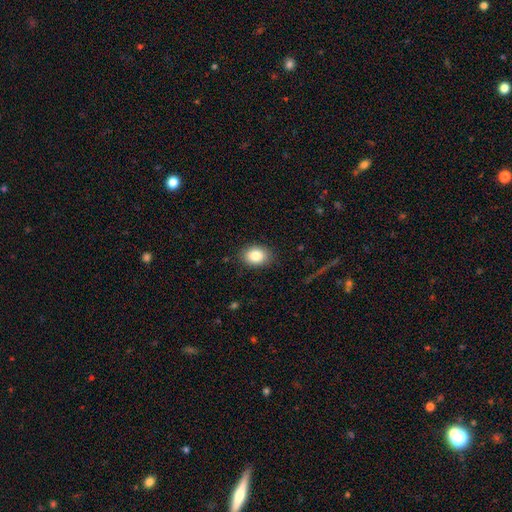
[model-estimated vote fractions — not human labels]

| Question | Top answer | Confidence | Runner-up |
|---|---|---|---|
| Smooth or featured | smooth | 84% | star or artifact (8%) |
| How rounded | in between | 69% | round (30%) |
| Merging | none | 85% | minor disturbance (11%) |